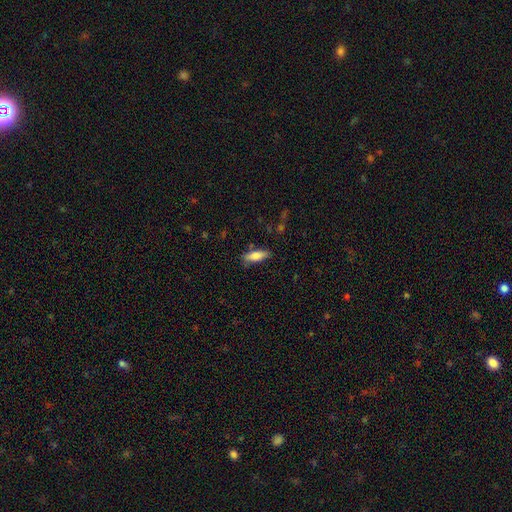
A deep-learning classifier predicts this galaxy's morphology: This is likely a smooth galaxy (77%). How rounded: possibly in between (60%). Merging: likely none (80%).